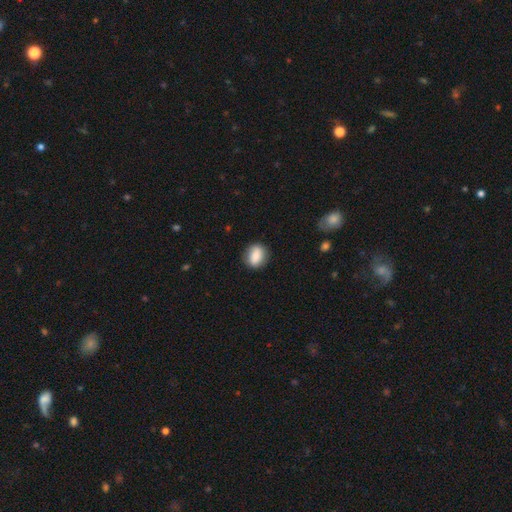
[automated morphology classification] Overall: smooth (76%). How rounded: round (54%; in between 44%). Merging: none (85%).